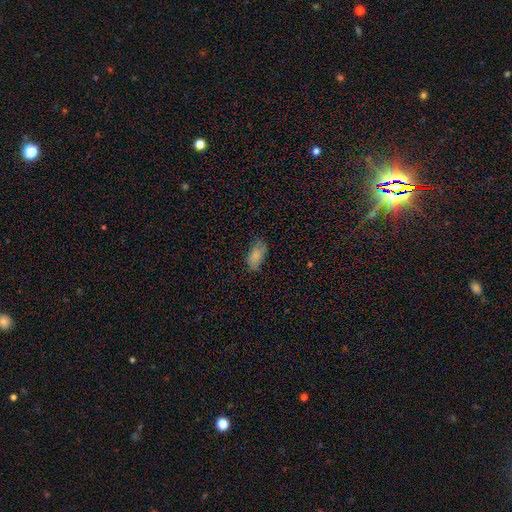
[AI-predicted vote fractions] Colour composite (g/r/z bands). It shows a smooth galaxy with no disk features (82%) that is in between round and cigar-shaped (91%). Merging: none (69%).